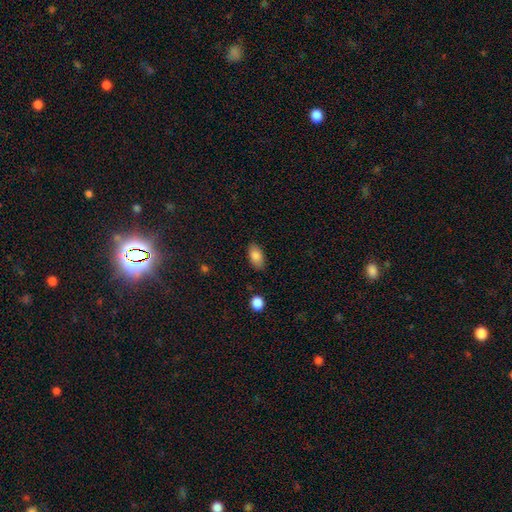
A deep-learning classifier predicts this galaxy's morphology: The model was most divided on "merging": none: 83%, minor disturbance: 13%, major disturbance: 3%, merger: 2%. More confident: how rounded — in between (91%); smooth or featured — smooth (85%).